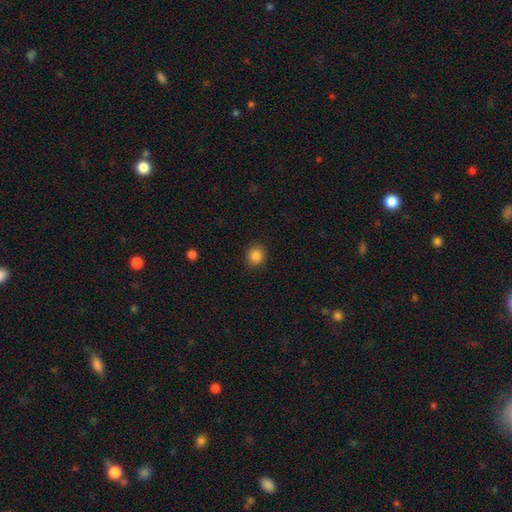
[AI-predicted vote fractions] A smooth galaxy with no disk features (85%) that is round (81%). Merging: none (90%).